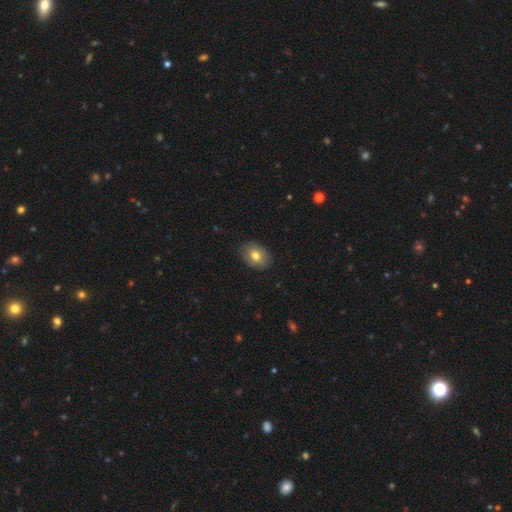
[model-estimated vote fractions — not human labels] smooth_or_featured: smooth (p=0.75) [alt: featured or disk p=0.17]
how_rounded: in between (p=0.76) [alt: round p=0.23]
merging: none (p=0.87) [alt: minor disturbance p=0.10]